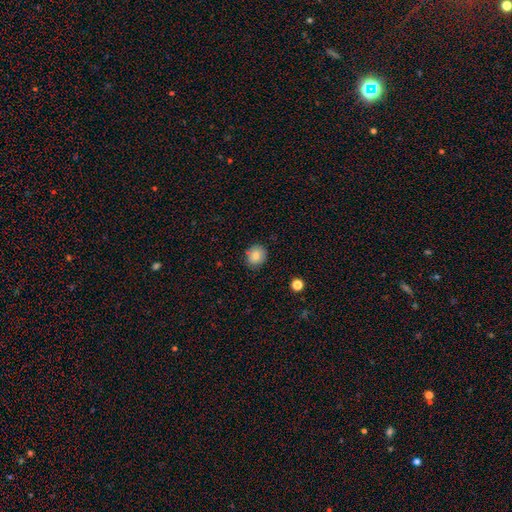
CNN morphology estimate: A smooth galaxy with no disk features (81%) that is round (81%). Merging: none (84%).